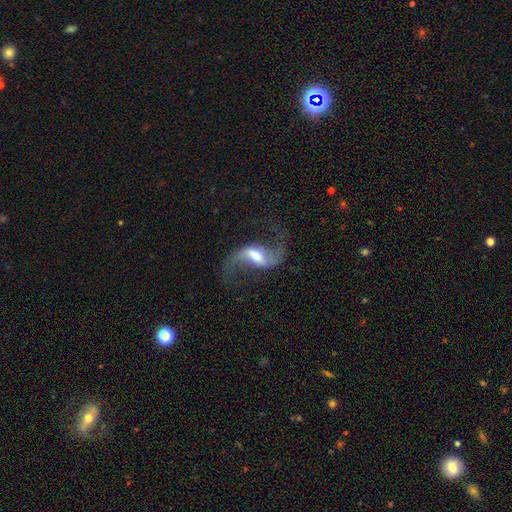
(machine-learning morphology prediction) Smooth or featured? featured or disk (88%)
Edge-on disk? no (95%)
Bar? strong (45%)
Spiral arms? yes (96%)
Spiral winding? loose (89%)
Spiral arm count? 2 (94%)
Bulge size? moderate (57%)
Merging? none (73%)